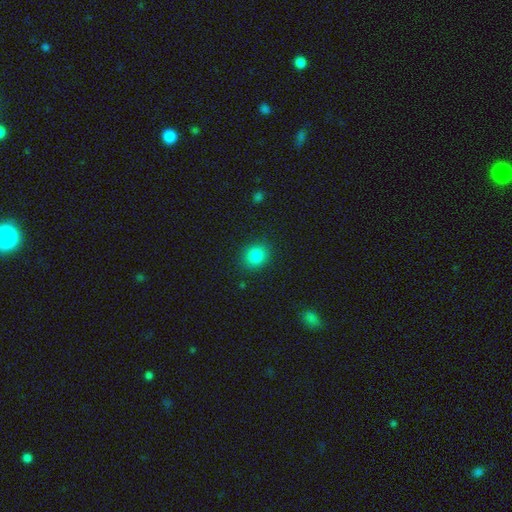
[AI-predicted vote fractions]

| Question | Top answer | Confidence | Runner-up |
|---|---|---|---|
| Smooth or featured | smooth | 84% | star or artifact (11%) |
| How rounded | round | 71% | in between (28%) |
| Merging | none | 88% | minor disturbance (8%) |